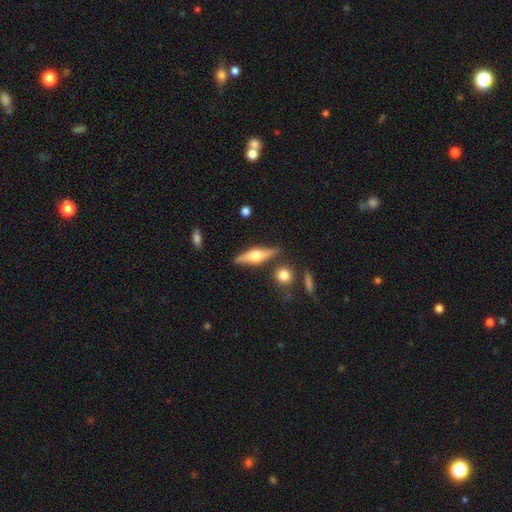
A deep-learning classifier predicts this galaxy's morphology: smooth-or-featured: featured or disk: 59% | smooth: 35% | star or artifact: 6%
  disk-edge-on: yes: 94% | no: 6%
    edge-on-bulge: rounded: 93% | boxy: 5% | none: 2%
  merging: none: 82% | minor disturbance: 11% | merger: 5% | major disturbance: 2%